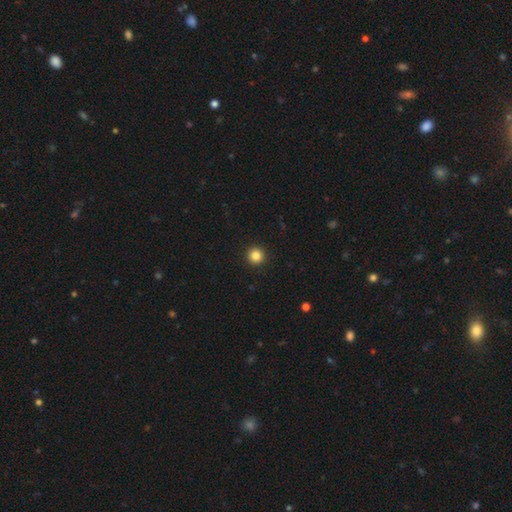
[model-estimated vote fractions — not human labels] Smooth or featured?
  - smooth: 84% *
  - star or artifact: 12%
  - featured or disk: 4%
How rounded?
  - round: 96% *
  - in between: 3%
  - cigar-shaped: 1%
Merging?
  - none: 94% *
  - minor disturbance: 4%
  - major disturbance: 1%
  - merger: 1%